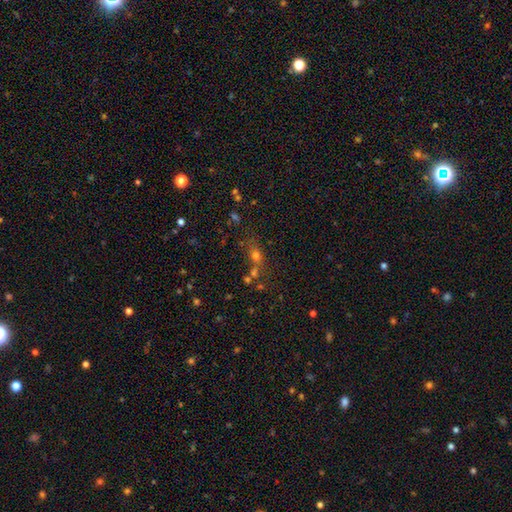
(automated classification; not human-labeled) Overall: smooth (56%; star or artifact 31%). How rounded: round (58%; in between 35%). Merging: none (57%; merger 23%).